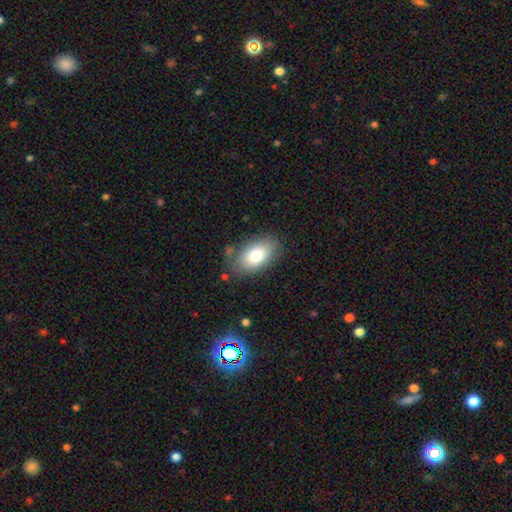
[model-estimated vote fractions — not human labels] smooth 79%, featured or disk 13%, star or artifact 7%. Down the decision tree: how rounded — in between (93%); merging — none (79%).